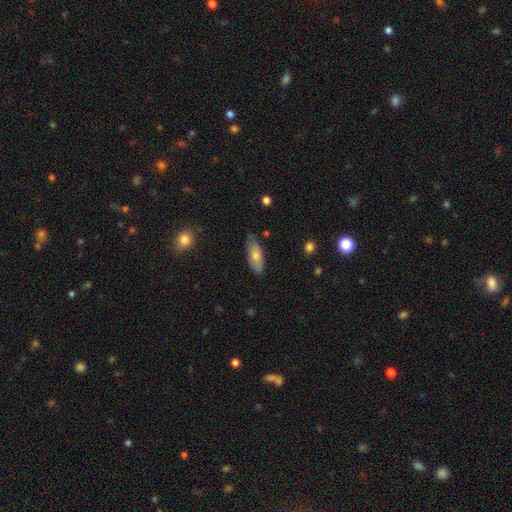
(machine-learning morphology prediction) smooth-or-featured: smooth: 74% | featured or disk: 20% | star or artifact: 6%
  how-rounded: in between: 76% | cigar-shaped: 22% | round: 2%
  merging: none: 73% | minor disturbance: 22% | major disturbance: 3% | merger: 2%